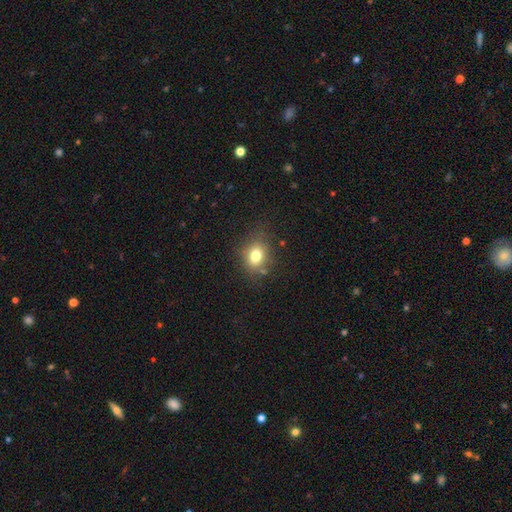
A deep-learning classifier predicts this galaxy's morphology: Smooth or featured? smooth (76%)
How rounded? in between (52%)
Merging? none (75%)